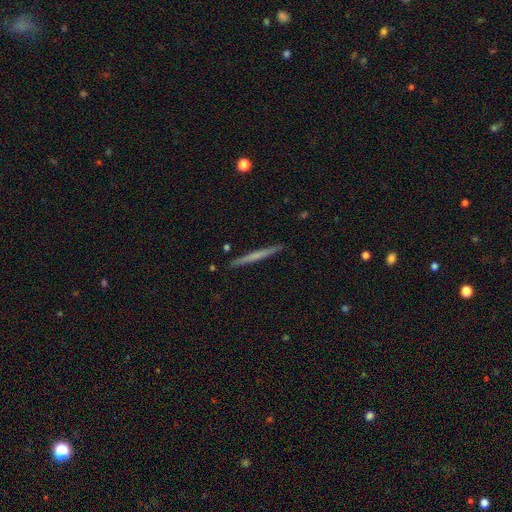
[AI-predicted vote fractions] This is possibly a smooth galaxy (49%). Merging: clearly none (92%).